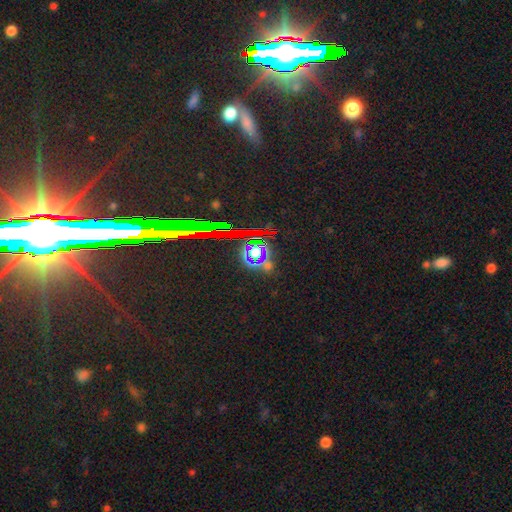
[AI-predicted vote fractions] This is likely a star or artifact rather than a galaxy (67%).